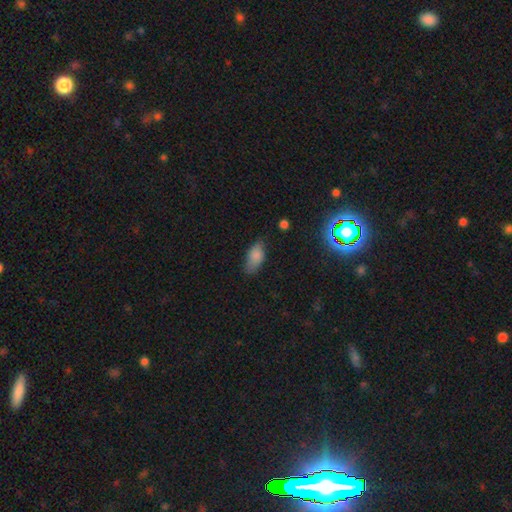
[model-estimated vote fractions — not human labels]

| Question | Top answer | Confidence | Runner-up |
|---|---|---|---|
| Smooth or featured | smooth | 82% | featured or disk (9%) |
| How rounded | in between | 89% | cigar-shaped (7%) |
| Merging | none | 65% | minor disturbance (27%) |